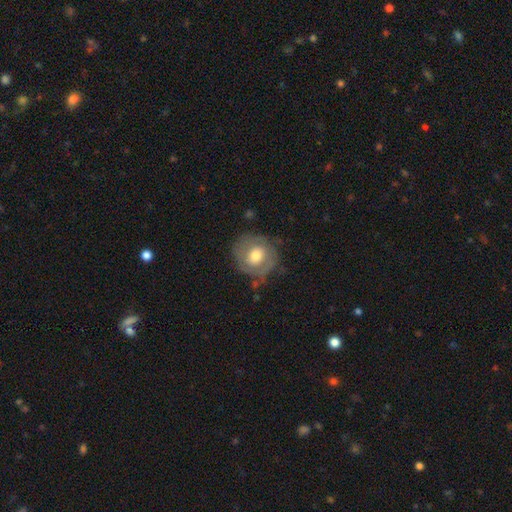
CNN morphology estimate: Smooth or featured?
  - smooth: 47% *
  - featured or disk: 46%
  - star or artifact: 7%
Merging?
  - none: 66% *
  - minor disturbance: 22%
  - major disturbance: 11%
  - merger: 2%